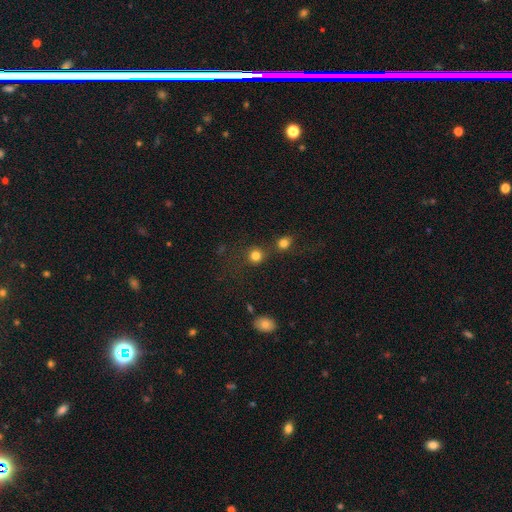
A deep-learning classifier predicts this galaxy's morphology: This appears to be a smooth galaxy with no disk features (80%) that is round (90%). Merging: none (68%).